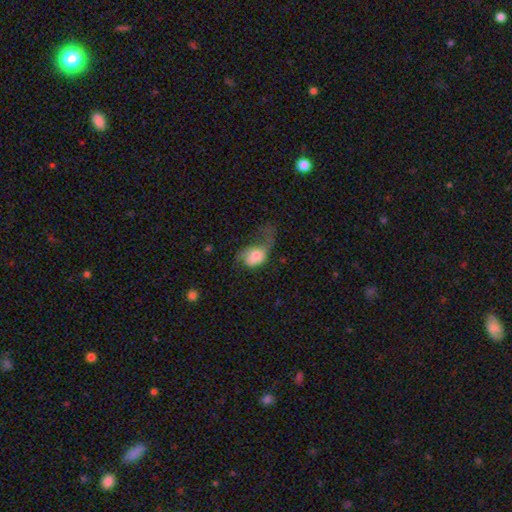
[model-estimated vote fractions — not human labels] Smooth or featured?
  - smooth: 50% *
  - featured or disk: 42%
  - star or artifact: 8%
How rounded?
  - in between: 73% *
  - round: 25%
  - cigar-shaped: 2%
Merging?
  - major disturbance: 58% *
  - minor disturbance: 19%
  - none: 18%
  - merger: 5%